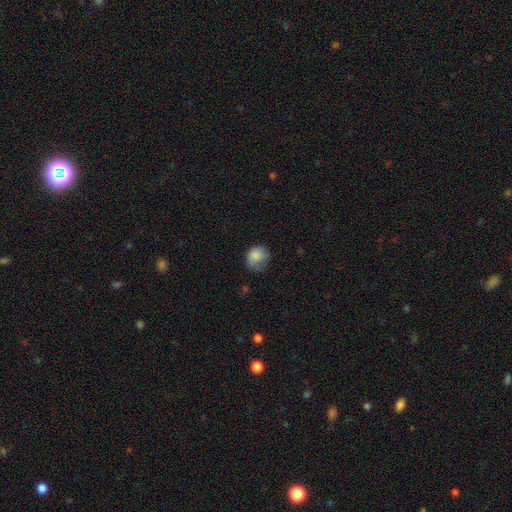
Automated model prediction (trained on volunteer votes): The model was most divided on "merging": none: 44%, minor disturbance: 35%, major disturbance: 19%, merger: 2%. More confident: smooth or featured — smooth (80%); how rounded — round (71%).